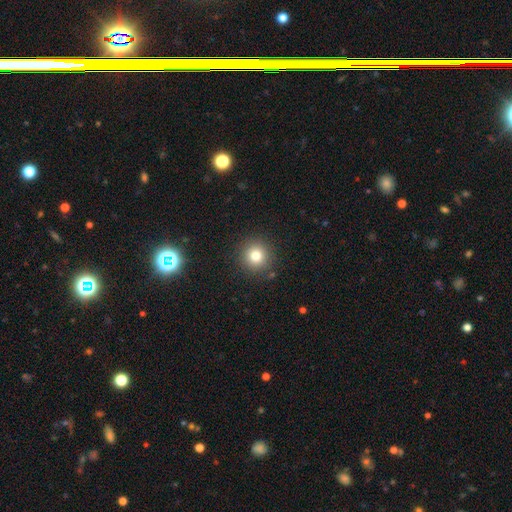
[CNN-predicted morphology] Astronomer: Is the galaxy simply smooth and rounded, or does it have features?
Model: smooth — 79%.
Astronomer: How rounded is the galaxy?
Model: round — 94%.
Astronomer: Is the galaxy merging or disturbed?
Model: none — 89%.